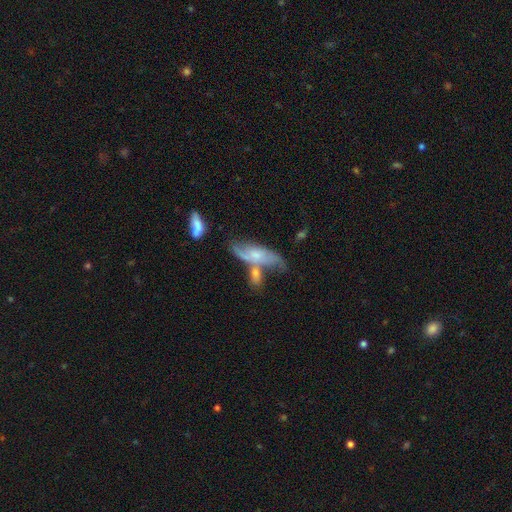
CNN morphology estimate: Smooth or featured? featured or disk (60%)
Edge-on disk? no (79%)
Merging? none (35%)